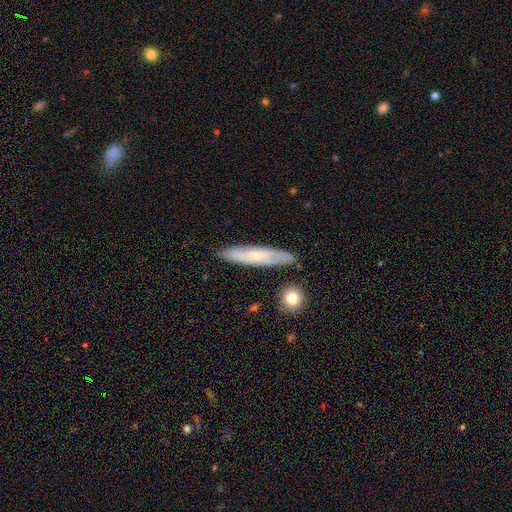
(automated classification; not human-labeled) The model was most divided on "smooth or featured": smooth: 48%, featured or disk: 45%, star or artifact: 7%. More confident: merging — none (83%).